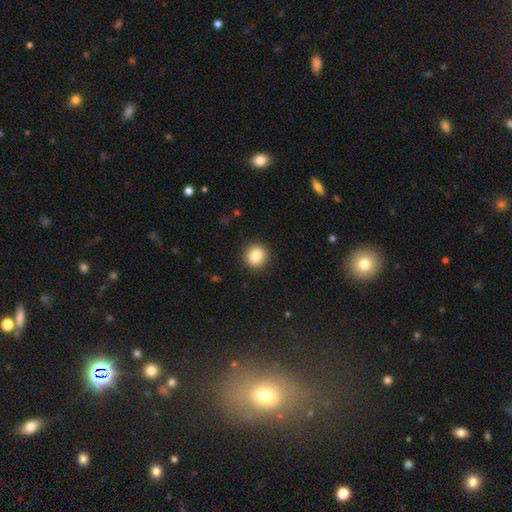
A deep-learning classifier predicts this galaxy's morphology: Smooth or featured: smooth — 85% (star or artifact — 9%)
How rounded: round — 87% (in between — 12%)
Merging: none — 91% (minor disturbance — 6%)